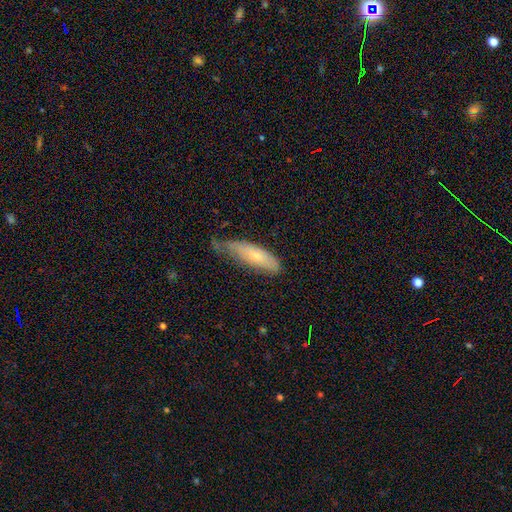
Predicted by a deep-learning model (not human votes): Smooth or featured: smooth — 62% (featured or disk — 32%)
How rounded: in between — 52% (cigar-shaped — 46%)
Merging: minor disturbance — 43% (none — 39%)